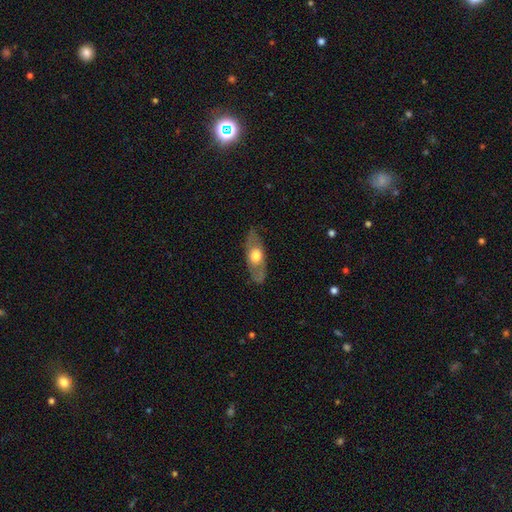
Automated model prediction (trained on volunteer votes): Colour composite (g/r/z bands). It shows a featured or disk galaxy (51%). Merging: none (80%).